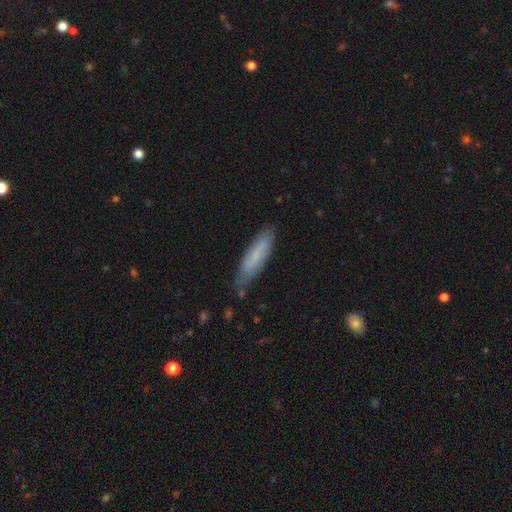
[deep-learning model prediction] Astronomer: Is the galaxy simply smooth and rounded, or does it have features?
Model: smooth — 70%.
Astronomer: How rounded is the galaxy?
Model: cigar-shaped — 72%.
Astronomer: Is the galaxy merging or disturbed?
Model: none — 73%.